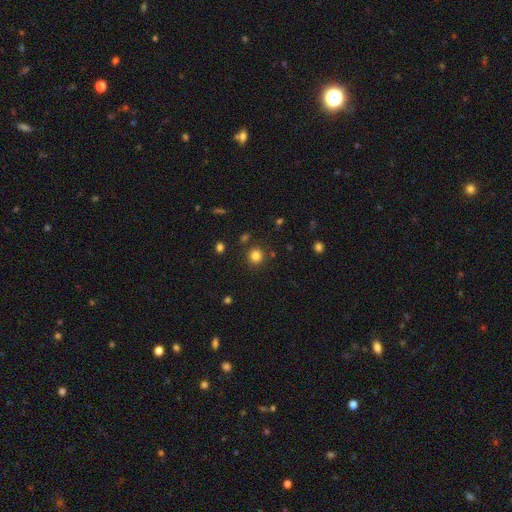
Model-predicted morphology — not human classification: smooth_or_featured: smooth (p=0.82) [alt: star or artifact p=0.13]
how_rounded: round (p=0.92) [alt: in between p=0.07]
merging: none (p=0.87) [alt: minor disturbance p=0.07]